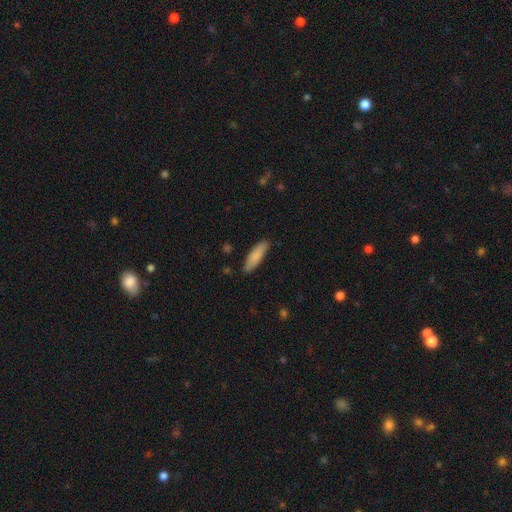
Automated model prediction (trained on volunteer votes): smooth_or_featured: smooth (p=0.86) [alt: featured or disk p=0.09]
how_rounded: cigar-shaped (p=0.59) [alt: in between p=0.39]
merging: none (p=0.87) [alt: minor disturbance p=0.10]